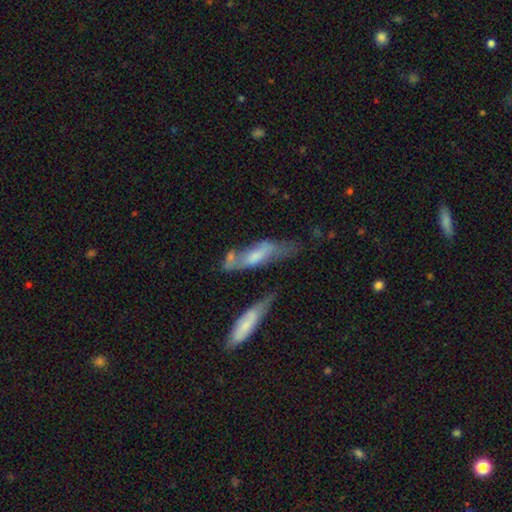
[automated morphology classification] featured or disk 50%, smooth 42%, star or artifact 8%. Down the decision tree: merging — none (37%).